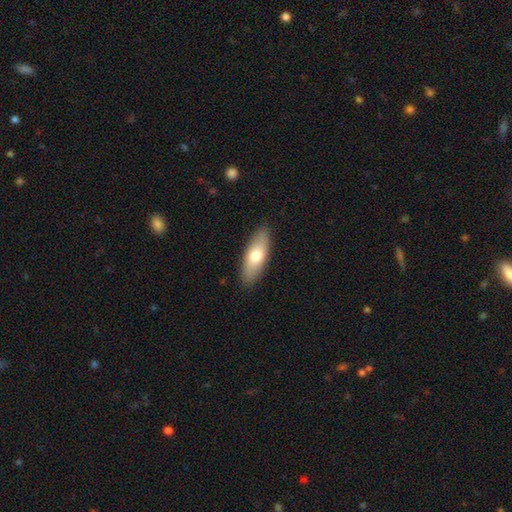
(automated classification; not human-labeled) Morphology: type=smooth (72%); roundness=in between (69%); merging=none (89%).